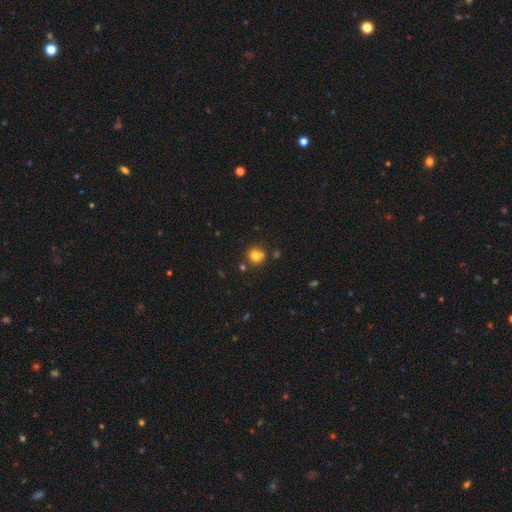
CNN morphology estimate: Smooth or featured: smooth — 80% (star or artifact — 13%)
How rounded: round — 87% (in between — 12%)
Merging: none — 78% (minor disturbance — 11%)